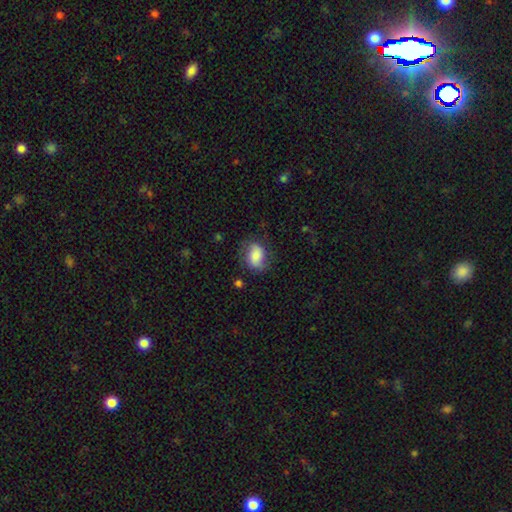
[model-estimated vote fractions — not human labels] Smooth or featured: smooth — 68% (featured or disk — 24%)
How rounded: in between — 72% (round — 27%)
Merging: none — 65% (minor disturbance — 23%)